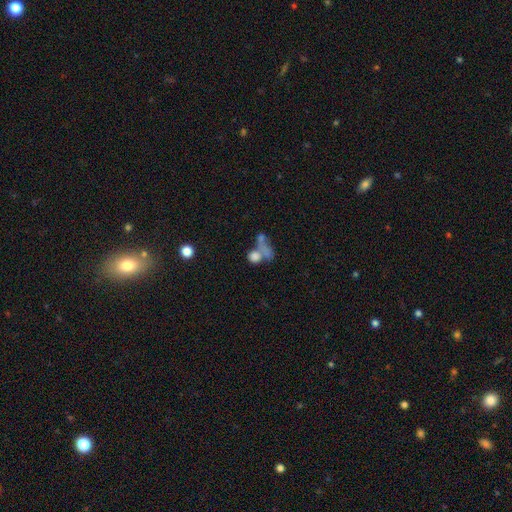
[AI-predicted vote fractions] Q: Smooth or featured?
A: smooth (66%); runner-up: featured or disk (19%)
Q: How rounded?
A: round (58%); runner-up: in between (37%)
Q: Merging?
A: merger (50%); runner-up: none (26%)